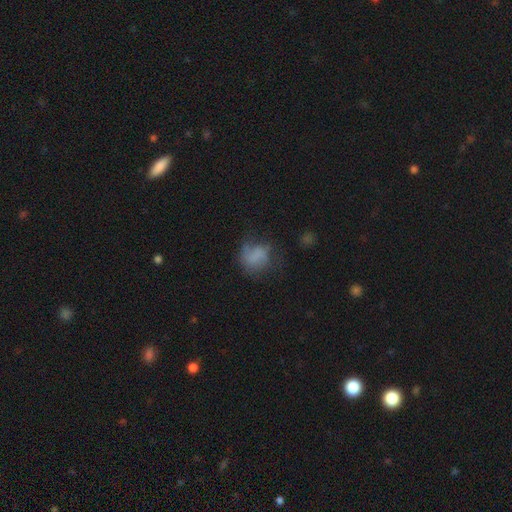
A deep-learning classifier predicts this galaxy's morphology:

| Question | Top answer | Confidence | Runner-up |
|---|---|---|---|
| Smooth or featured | smooth | 65% | featured or disk (22%) |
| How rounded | round | 59% | in between (40%) |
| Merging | none | 42% | minor disturbance (28%) |